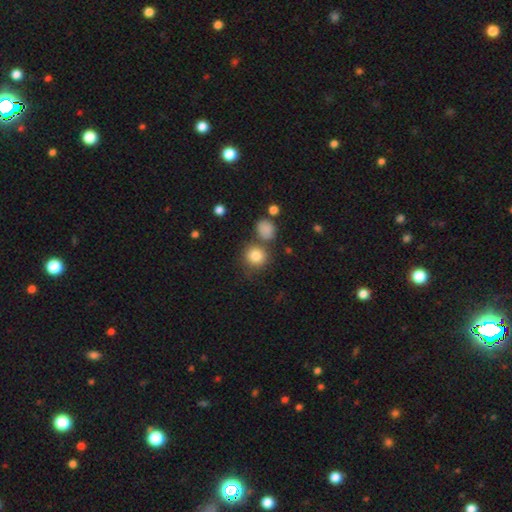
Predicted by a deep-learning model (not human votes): Overall: smooth (83%). How rounded: round (89%). Merging: none (69%).